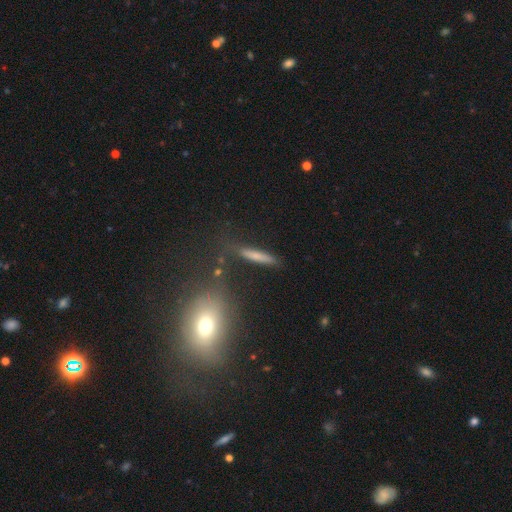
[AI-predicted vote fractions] Smooth or featured? smooth (60%)
How rounded? cigar-shaped (88%)
Merging? none (80%)